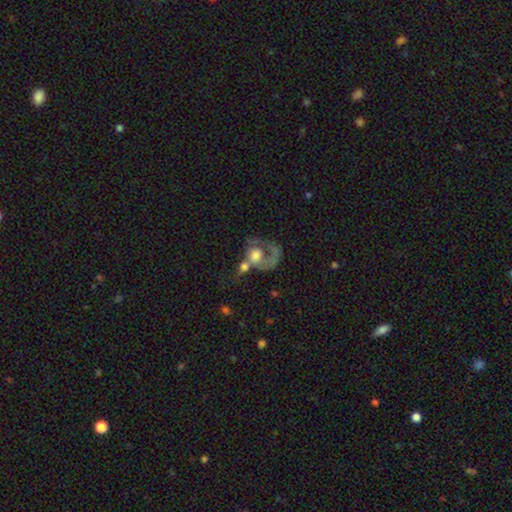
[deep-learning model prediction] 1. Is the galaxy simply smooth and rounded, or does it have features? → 56% featured or disk, 36% smooth, 8% star or artifact.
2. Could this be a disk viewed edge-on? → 97% no, 3% yes.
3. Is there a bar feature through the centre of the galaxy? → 85% no, 12% weak, 3% strong.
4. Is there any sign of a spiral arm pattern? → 53% no, 47% yes.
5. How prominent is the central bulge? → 41% moderate, 35% large, 10% none, 9% small, 5% dominant.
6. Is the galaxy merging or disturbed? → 41% merger, 30% major disturbance, 19% none, 10% minor disturbance.